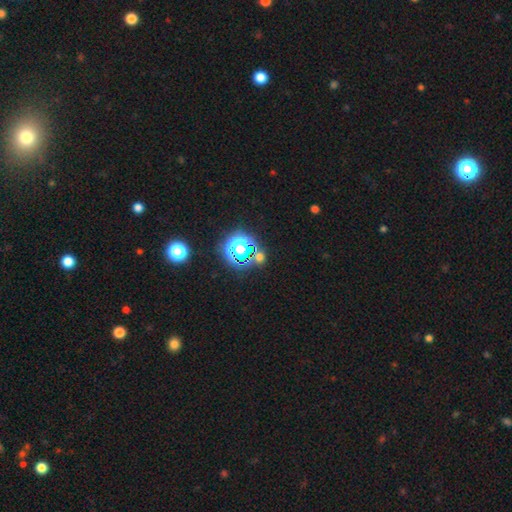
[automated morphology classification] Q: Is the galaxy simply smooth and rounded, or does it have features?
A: star or artifact — 68%.